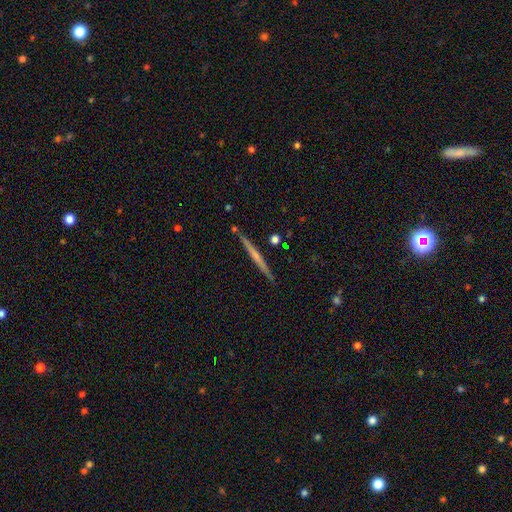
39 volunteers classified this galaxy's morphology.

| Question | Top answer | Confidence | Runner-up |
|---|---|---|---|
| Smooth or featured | featured or disk | 67% | smooth (26%) |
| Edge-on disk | yes | 100% | — |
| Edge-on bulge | none | 77% | boxy (12%) |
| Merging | none | 94% | minor disturbance (6%) |